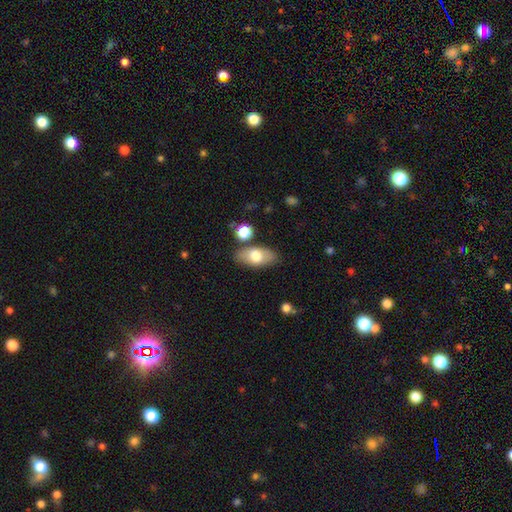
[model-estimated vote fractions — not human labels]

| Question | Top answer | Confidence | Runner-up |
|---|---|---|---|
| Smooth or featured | smooth | 69% | featured or disk (24%) |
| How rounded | in between | 89% | cigar-shaped (6%) |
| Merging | none | 79% | minor disturbance (12%) |